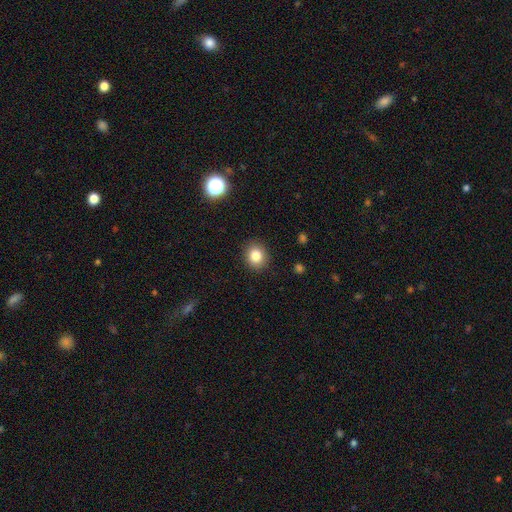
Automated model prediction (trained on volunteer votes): Smooth or featured? smooth (83%)
How rounded? round (78%)
Merging? none (90%)